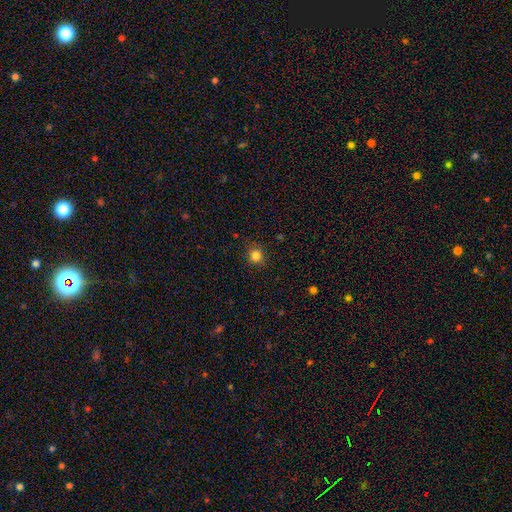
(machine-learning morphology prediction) Smooth or featured? smooth (83%)
How rounded? round (87%)
Merging? none (86%)